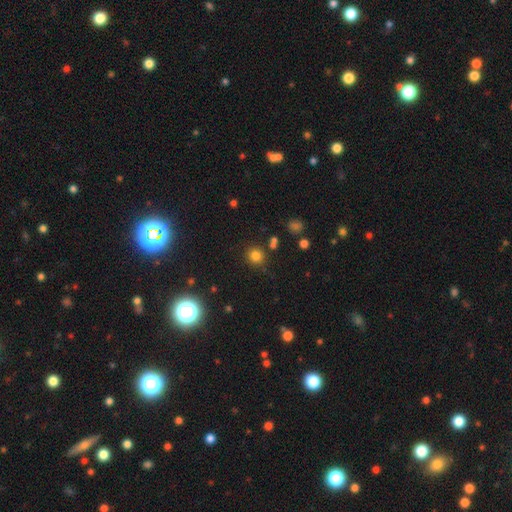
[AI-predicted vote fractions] smooth-or-featured: smooth: 78% | star or artifact: 16% | featured or disk: 6%
  how-rounded: round: 90% | in between: 9% | cigar-shaped: 1%
  merging: none: 83% | minor disturbance: 9% | merger: 5% | major disturbance: 3%